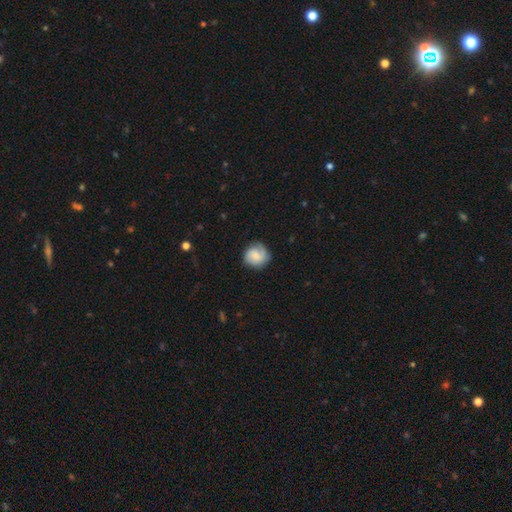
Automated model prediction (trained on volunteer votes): A smooth galaxy with no disk features (56%) that is round (85%).

Vote fractions:
- Smooth or featured? smooth: 56% / featured or disk: 37% / star or artifact: 7%
- How rounded? round: 85% / in between: 14% / cigar-shaped: 1%
- Merging? none: 71% / minor disturbance: 20% / major disturbance: 7% / merger: 1%